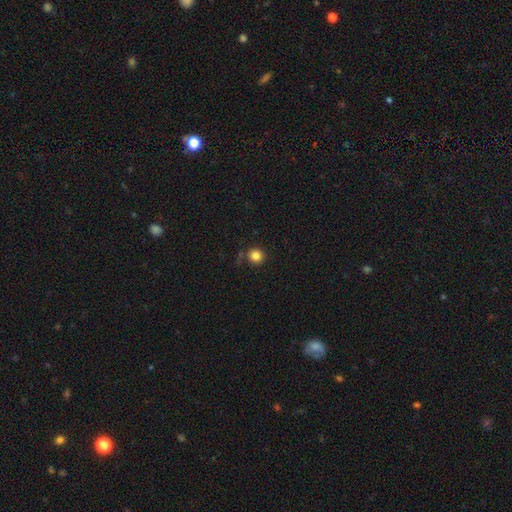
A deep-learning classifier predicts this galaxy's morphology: A smooth galaxy with no disk features (84%) that is round (94%).

Vote fractions:
- Smooth or featured? smooth: 84% / star or artifact: 12% / featured or disk: 4%
- How rounded? round: 94% / in between: 5% / cigar-shaped: 1%
- Merging? none: 82% / minor disturbance: 10% / merger: 4% / major disturbance: 4%